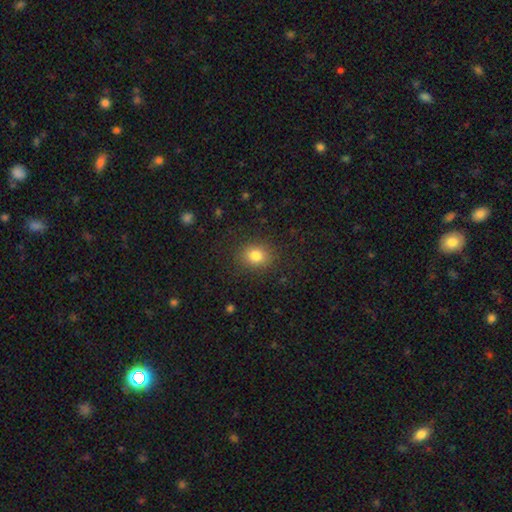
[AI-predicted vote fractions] Smooth or featured: smooth — 81% (star or artifact — 12%)
How rounded: round — 63% (in between — 36%)
Merging: none — 87% (minor disturbance — 9%)